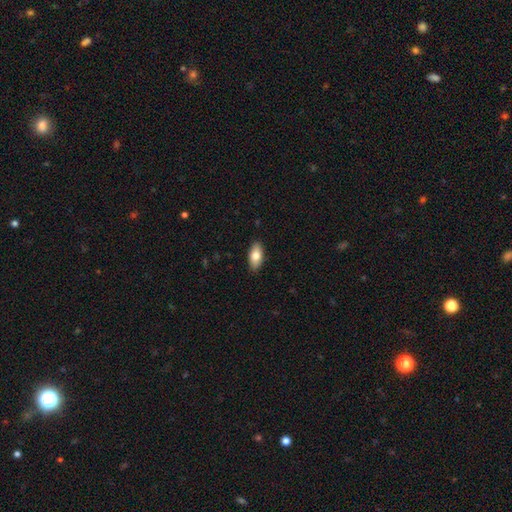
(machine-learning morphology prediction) This appears to be a smooth galaxy with no disk features (80%) that is in between round and cigar-shaped (89%). Merging: none (88%).